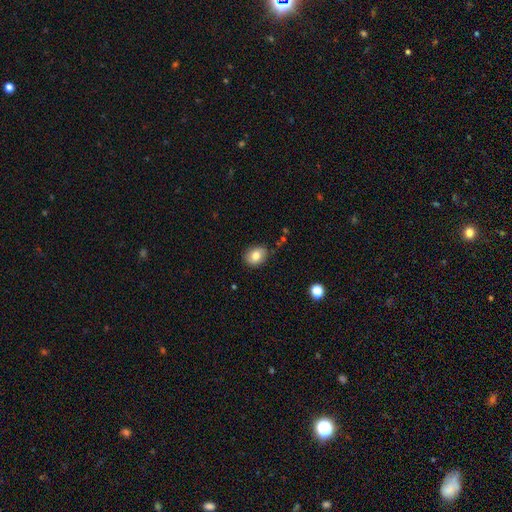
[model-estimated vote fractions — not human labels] A smooth galaxy with no disk features (81%) that is in between round and cigar-shaped (53%). Merging: none (81%).